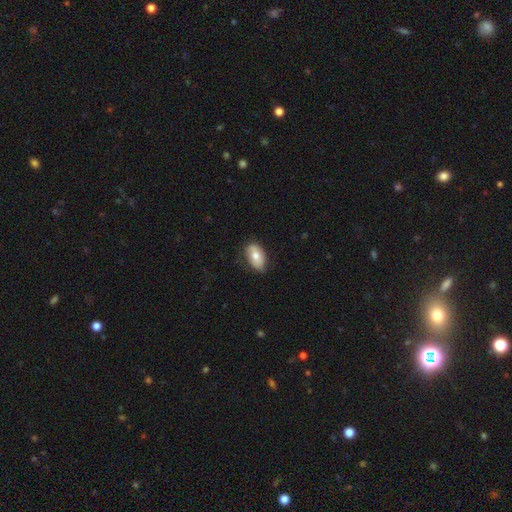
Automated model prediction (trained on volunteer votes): smooth 68%, featured or disk 26%, star or artifact 7%. Down the decision tree: how rounded — in between (91%); merging — none (76%).